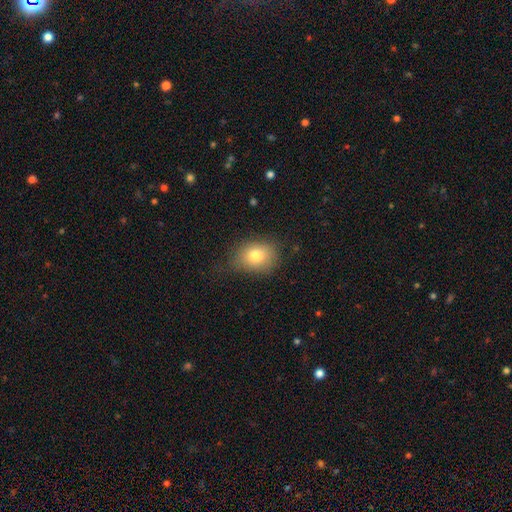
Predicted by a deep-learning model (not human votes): smooth-or-featured: smooth: 79% | featured or disk: 11% | star or artifact: 10%
  how-rounded: in between: 60% | round: 39% | cigar-shaped: 1%
  merging: none: 70% | minor disturbance: 22% | major disturbance: 7% | merger: 1%